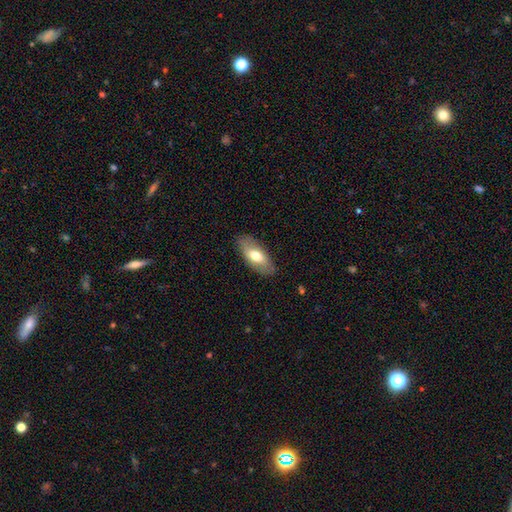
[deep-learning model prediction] Smooth or featured? smooth (65%)
How rounded? in between (85%)
Merging? none (84%)